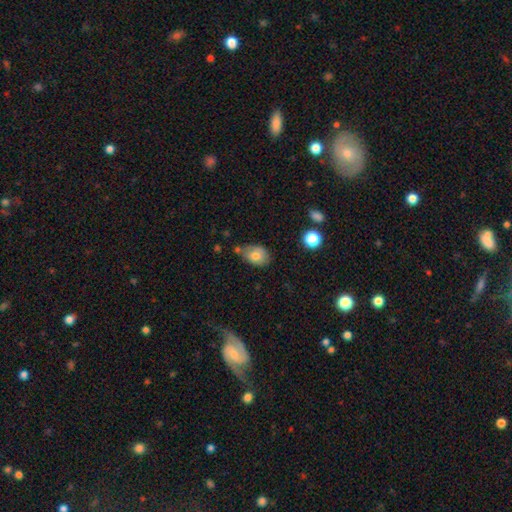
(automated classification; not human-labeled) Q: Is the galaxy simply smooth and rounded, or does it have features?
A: smooth — 73%.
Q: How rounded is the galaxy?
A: in between — 78%.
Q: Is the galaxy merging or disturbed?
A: none — 50%.